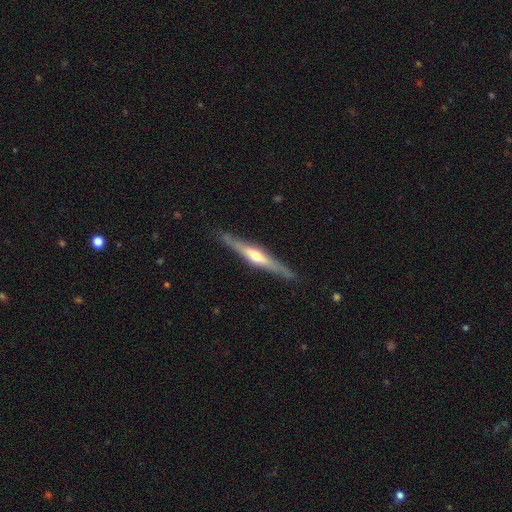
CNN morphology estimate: Q: Smooth or featured?
A: featured or disk (69%); runner-up: smooth (26%)
Q: Edge-on disk?
A: yes (96%); runner-up: no (4%)
Q: Edge-on bulge?
A: rounded (84%); runner-up: none (10%)
Q: Merging?
A: none (88%); runner-up: minor disturbance (9%)